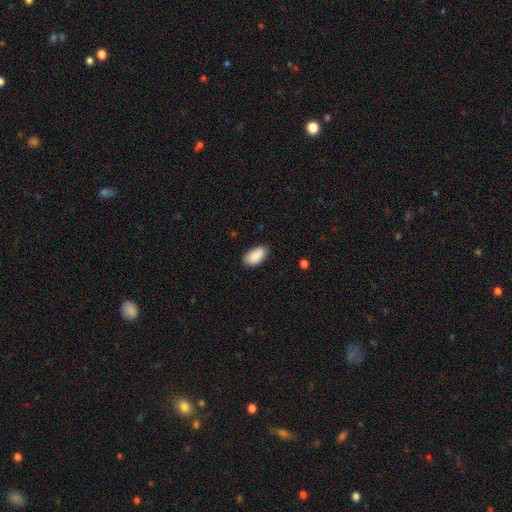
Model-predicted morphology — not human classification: Smooth or featured? Predicted: smooth (p=0.90). How rounded? Predicted: in between (p=0.95). Merging? Predicted: none (p=0.80).